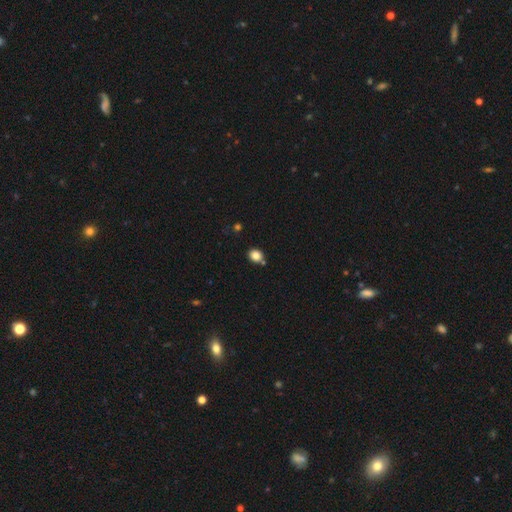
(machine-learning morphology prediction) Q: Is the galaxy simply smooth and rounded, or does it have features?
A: smooth — 84%.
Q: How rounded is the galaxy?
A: round — 68%.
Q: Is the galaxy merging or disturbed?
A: none — 75%.